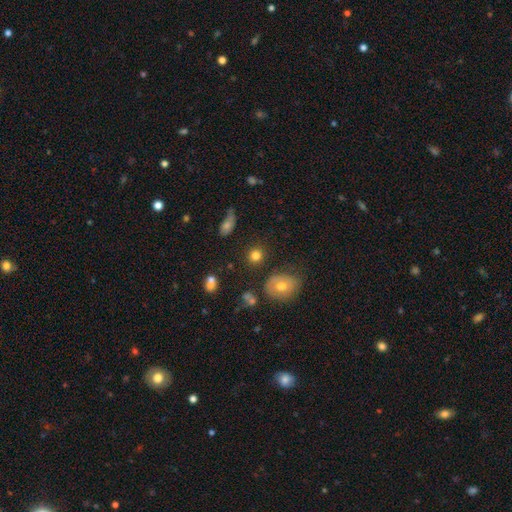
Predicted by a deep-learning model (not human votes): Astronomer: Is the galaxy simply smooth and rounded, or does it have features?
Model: smooth — 79%.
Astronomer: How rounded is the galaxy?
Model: round — 85%.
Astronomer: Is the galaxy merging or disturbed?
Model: none — 82%.